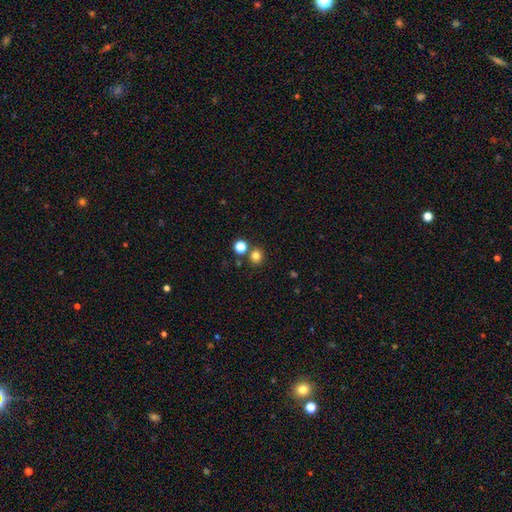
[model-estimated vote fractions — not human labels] A smooth galaxy with no disk features (79%) that is round (89%). Merging: none (78%).